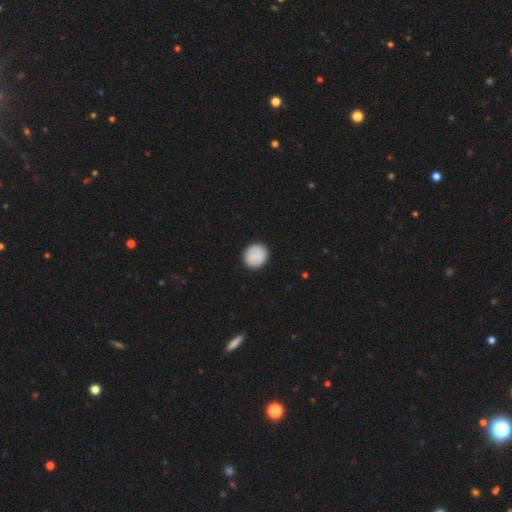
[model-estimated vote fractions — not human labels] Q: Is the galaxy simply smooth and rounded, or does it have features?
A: smooth — 84%.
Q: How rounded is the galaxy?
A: round — 87%.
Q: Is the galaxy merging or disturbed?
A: none — 91%.